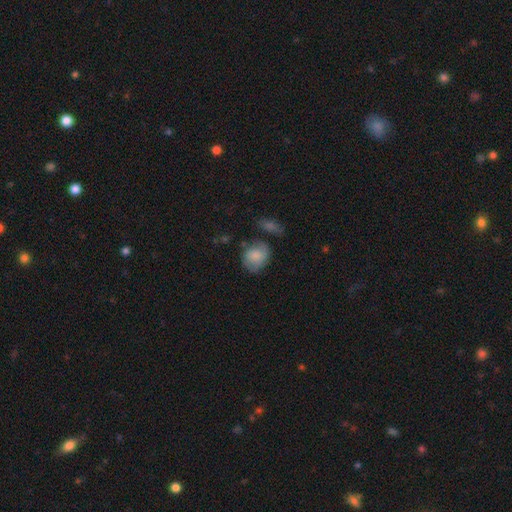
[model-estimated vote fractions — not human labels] Morphology: type=smooth (72%); roundness=round (59%); merging=none (55%).